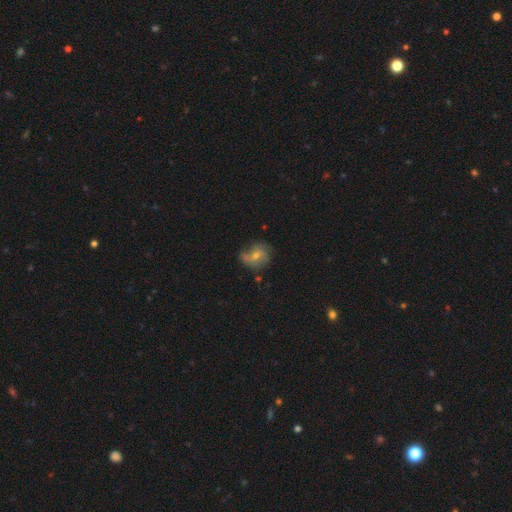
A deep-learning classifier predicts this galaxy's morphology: Smooth or featured?
  - smooth: 49% *
  - featured or disk: 41%
  - star or artifact: 10%
Merging?
  - none: 54% *
  - minor disturbance: 26%
  - major disturbance: 11%
  - merger: 10%